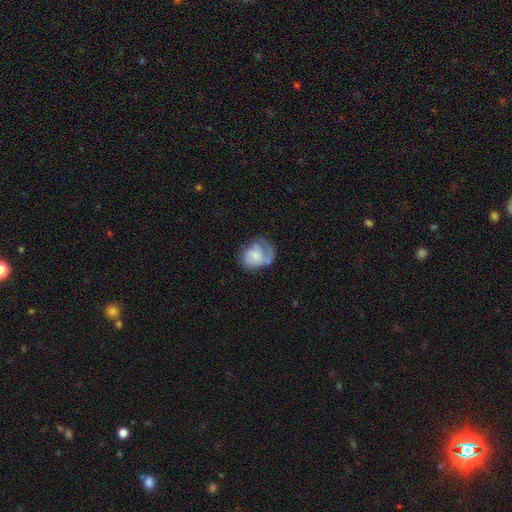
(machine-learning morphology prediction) Overall: featured or disk (48%; smooth 45%). Merging: none (42%; minor disturbance 28%).